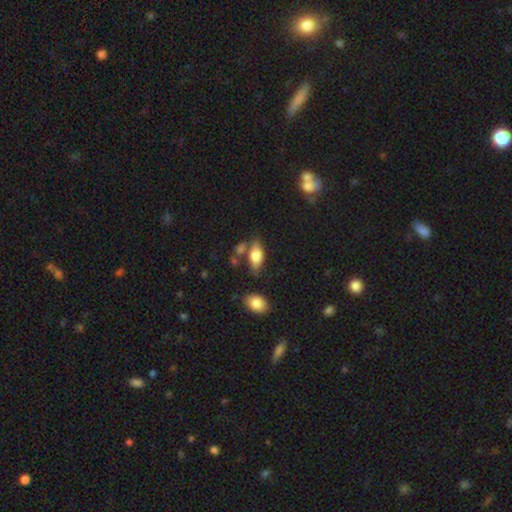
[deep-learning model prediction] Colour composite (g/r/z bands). It shows a smooth galaxy with no disk features (72%) that is in between round and cigar-shaped (83%). Merging: none (62%).